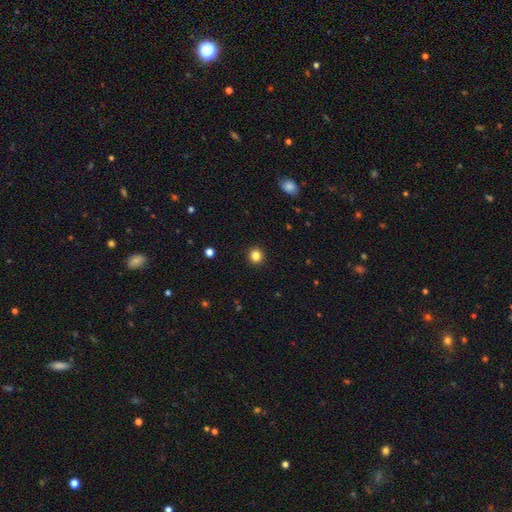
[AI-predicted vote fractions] smooth-or-featured: smooth: 83% | star or artifact: 12% | featured or disk: 4%
  how-rounded: round: 92% | in between: 7% | cigar-shaped: 1%
  merging: none: 93% | minor disturbance: 4% | major disturbance: 2% | merger: 1%